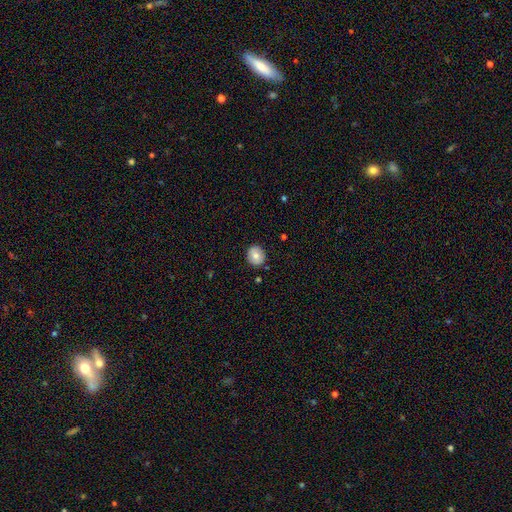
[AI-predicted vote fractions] smooth-or-featured: smooth: 77% | featured or disk: 15% | star or artifact: 8%
  how-rounded: round: 84% | in between: 15% | cigar-shaped: 1%
  merging: none: 88% | minor disturbance: 9% | major disturbance: 2% | merger: 1%